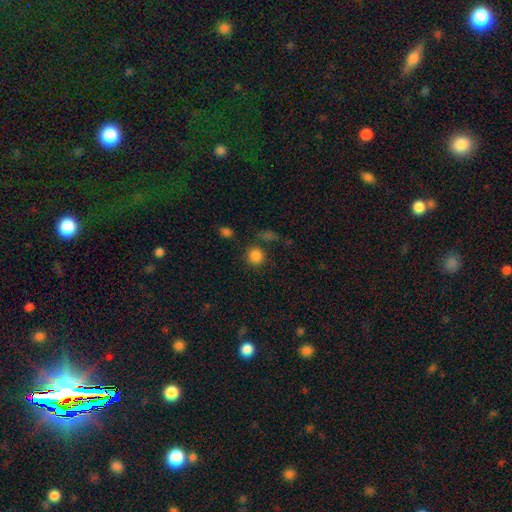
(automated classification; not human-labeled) Smooth or featured? smooth (83%)
How rounded? round (91%)
Merging? none (77%)